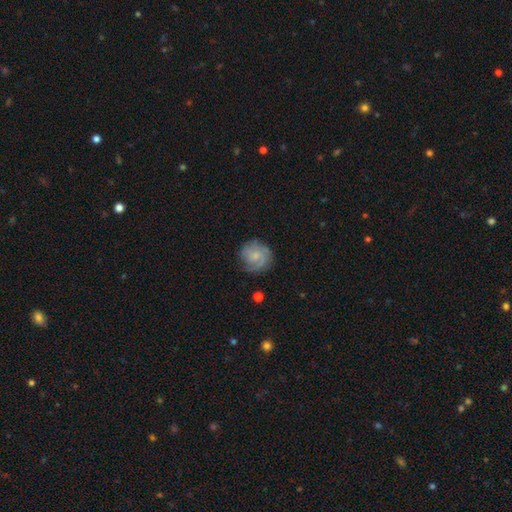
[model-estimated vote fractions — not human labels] This appears to be a featured or disk galaxy (56%) with no bar (67%), spiral arms (89%) and a small central bulge (52%). Merging: none (75%).